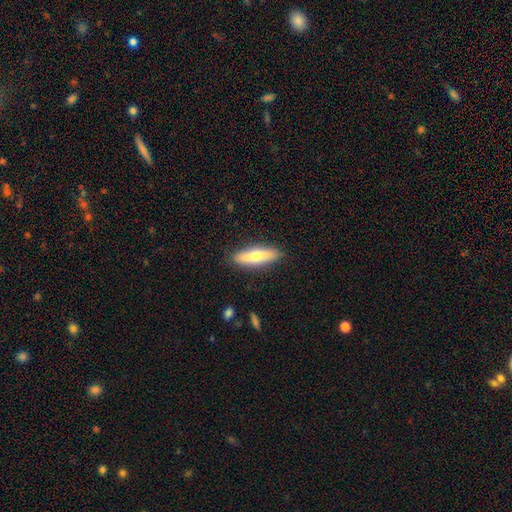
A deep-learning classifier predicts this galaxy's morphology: smooth-or-featured: smooth: 60% | featured or disk: 34% | star or artifact: 6%
  how-rounded: cigar-shaped: 66% | in between: 32% | round: 2%
  merging: none: 88% | minor disturbance: 9% | major disturbance: 2% | merger: 1%